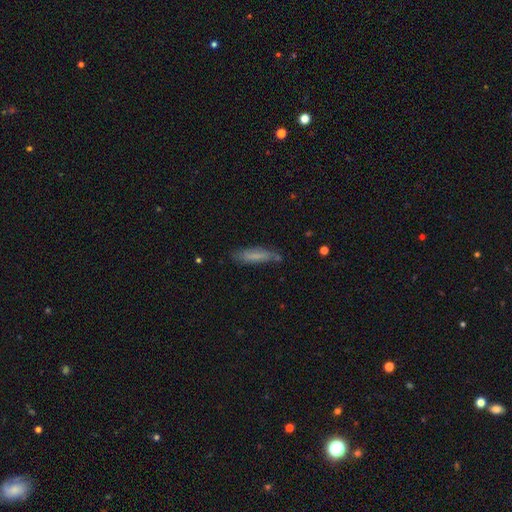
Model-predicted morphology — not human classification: A smooth galaxy with no disk features (64%) that is cigar-shaped (72%). Merging: none (69%).